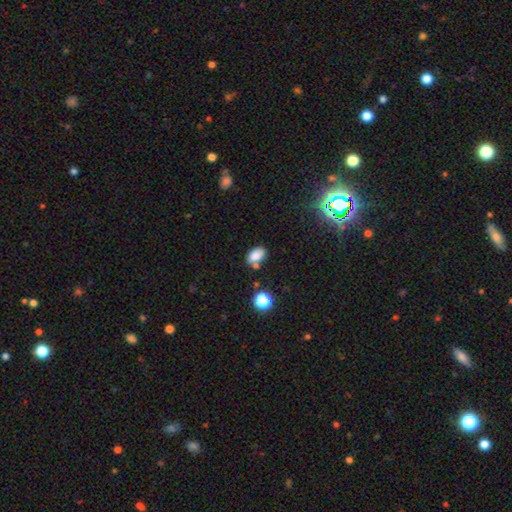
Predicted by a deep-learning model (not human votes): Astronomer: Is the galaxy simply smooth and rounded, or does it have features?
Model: smooth — 82%.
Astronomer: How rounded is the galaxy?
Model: in between — 88%.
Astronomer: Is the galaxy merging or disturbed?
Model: none — 62%.